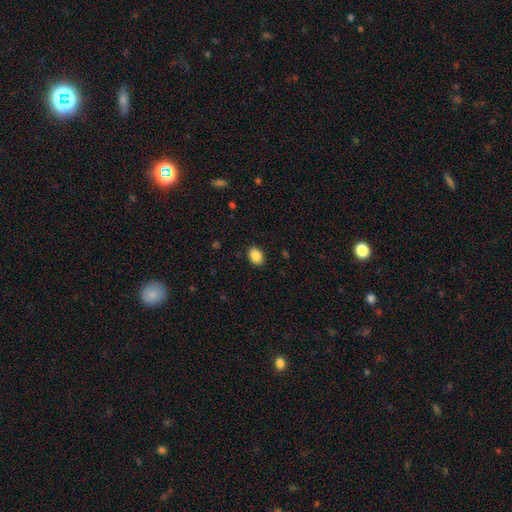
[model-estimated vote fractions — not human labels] Morphology: type=smooth (88%); roundness=in between (67%); merging=none (89%).